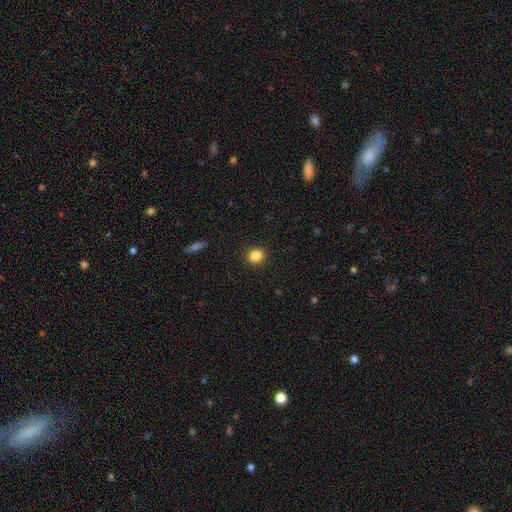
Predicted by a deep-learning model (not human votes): Q: Smooth or featured?
A: smooth (85%); runner-up: star or artifact (11%)
Q: How rounded?
A: round (85%); runner-up: in between (14%)
Q: Merging?
A: none (92%); runner-up: minor disturbance (5%)